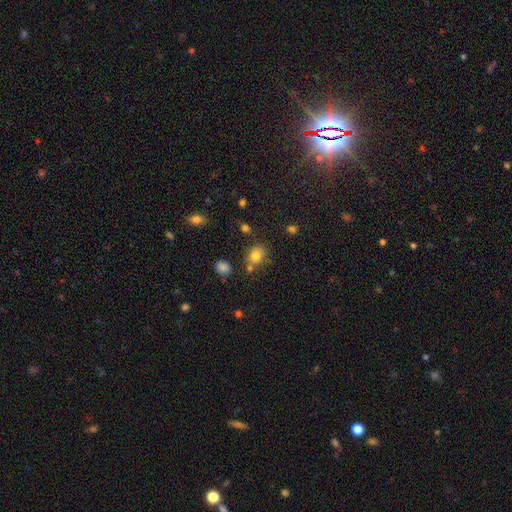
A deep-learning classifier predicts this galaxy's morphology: Smooth or featured? Predicted: smooth (p=0.79). How rounded? Predicted: in between (p=0.52). Merging? Predicted: none (p=0.66).